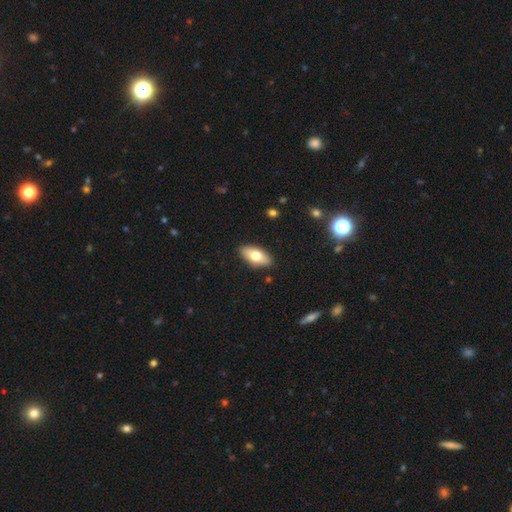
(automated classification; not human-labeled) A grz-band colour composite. It shows a smooth galaxy with no disk features (71%) that is in between round and cigar-shaped (88%). Merging: none (88%).